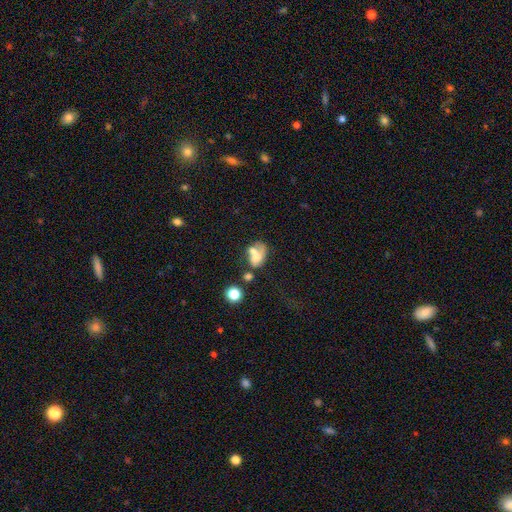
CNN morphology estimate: Q: Smooth or featured?
A: smooth (49%); runner-up: featured or disk (39%)
Q: Merging?
A: merger (55%); runner-up: none (19%)